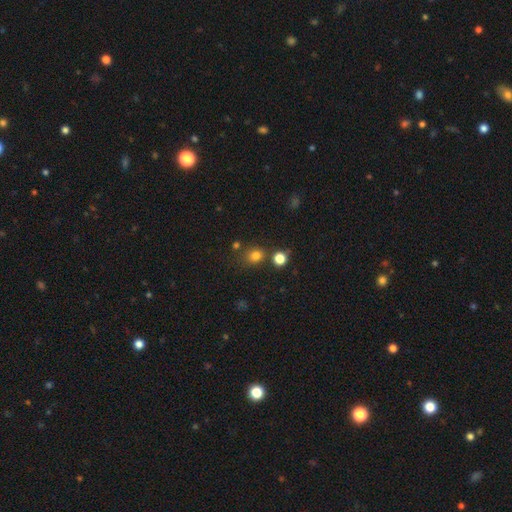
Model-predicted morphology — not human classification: Q: Smooth or featured?
A: smooth (77%); runner-up: star or artifact (17%)
Q: How rounded?
A: round (71%); runner-up: in between (28%)
Q: Merging?
A: none (72%); runner-up: minor disturbance (12%)